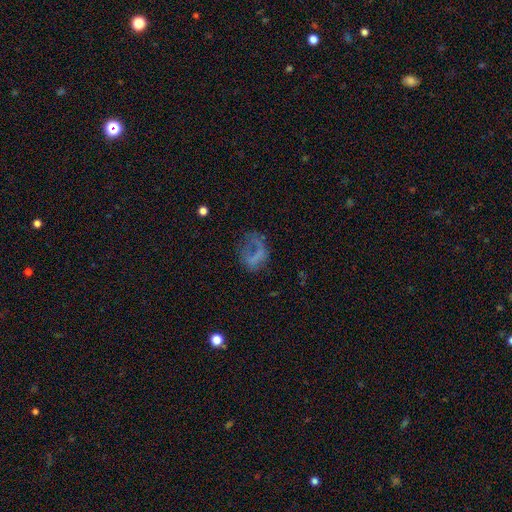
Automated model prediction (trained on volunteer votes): Smooth or featured?
  - smooth: 46% *
  - featured or disk: 36%
  - star or artifact: 18%
Merging?
  - major disturbance: 40% *
  - none: 36%
  - minor disturbance: 20%
  - merger: 4%